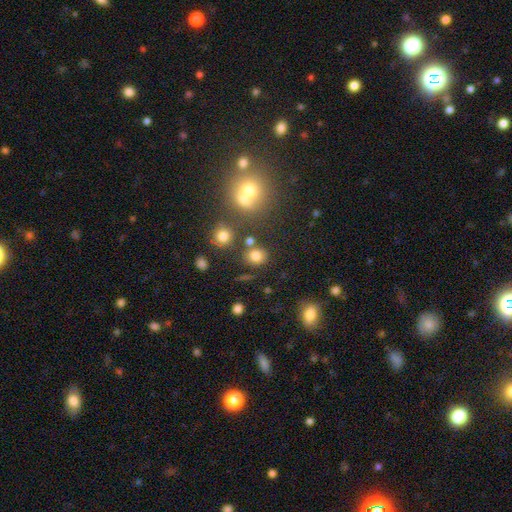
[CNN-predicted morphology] A smooth galaxy with no disk features (77%) that is round (72%).

Vote fractions:
- Smooth or featured? smooth: 77% / star or artifact: 16% / featured or disk: 8%
- How rounded? round: 72% / in between: 26% / cigar-shaped: 1%
- Merging? none: 74% / minor disturbance: 11% / merger: 11% / major disturbance: 5%